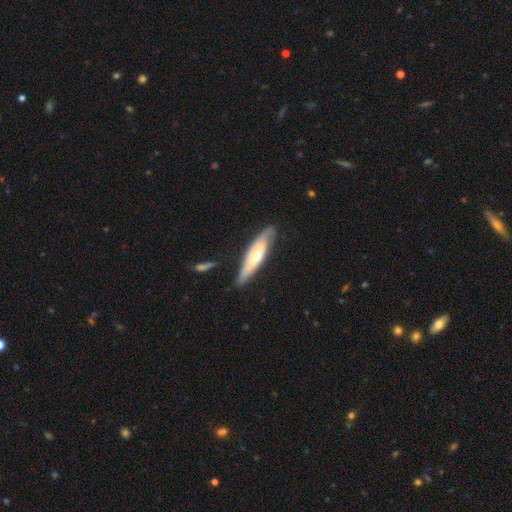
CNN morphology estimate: smooth 52%, featured or disk 43%, star or artifact 5%. Down the decision tree: how rounded — cigar-shaped (78%); merging — none (80%).